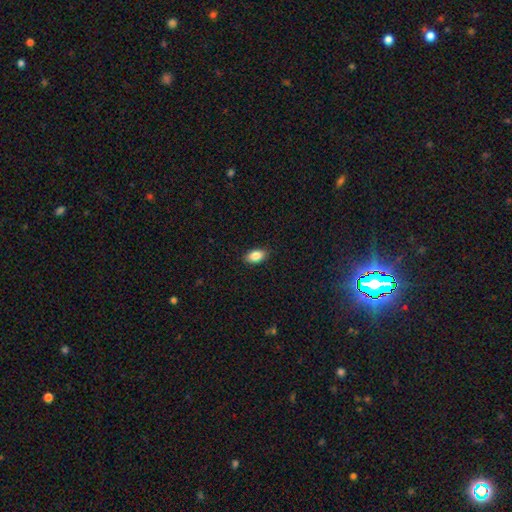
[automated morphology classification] Smooth or featured? smooth (87%)
How rounded? in between (91%)
Merging? none (88%)